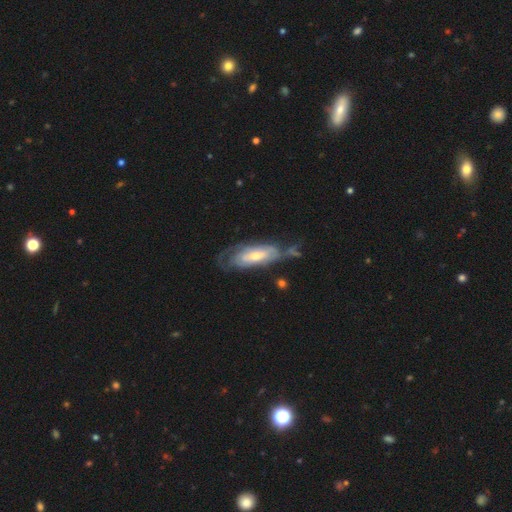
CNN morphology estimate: Smooth or featured? featured or disk (72%)
Edge-on disk? no (85%)
Bar? no (56%)
Spiral arms? yes (80%)
Bulge size? moderate (57%)
Merging? none (47%)